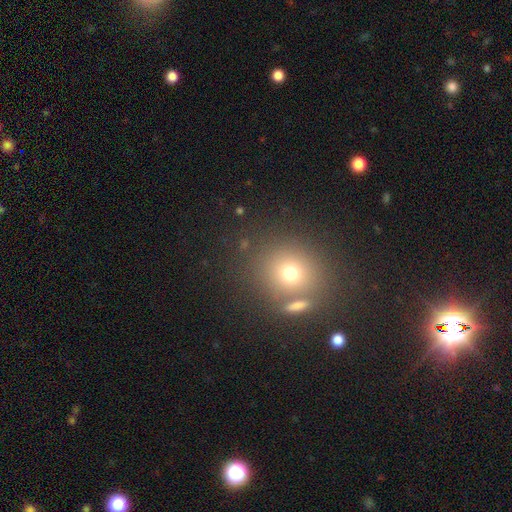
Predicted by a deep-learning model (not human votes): Q: Smooth or featured?
A: smooth (53%); runner-up: star or artifact (37%)
Q: How rounded?
A: round (82%); runner-up: in between (17%)
Q: Merging?
A: none (77%); runner-up: merger (11%)